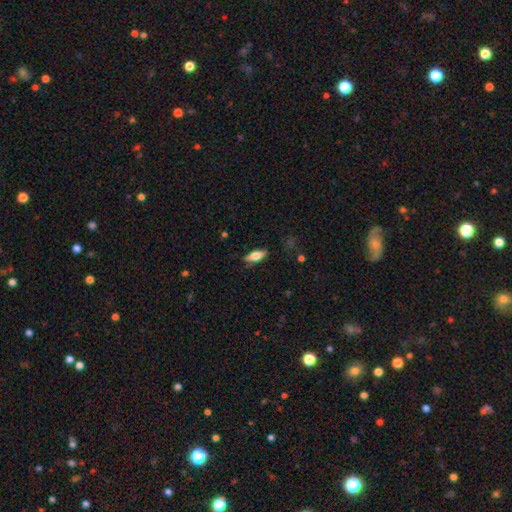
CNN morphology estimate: smooth-or-featured: smooth: 60% | featured or disk: 33% | star or artifact: 7%
  how-rounded: in between: 68% | cigar-shaped: 29% | round: 3%
  merging: none: 82% | minor disturbance: 14% | major disturbance: 3% | merger: 1%